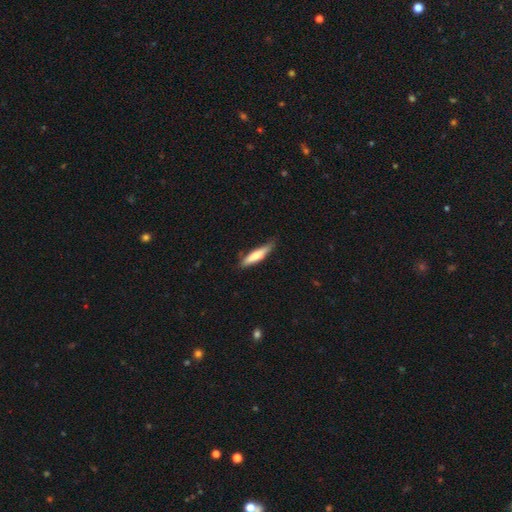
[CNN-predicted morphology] type=smooth (67%); roundness=cigar-shaped (80%); merging=none (76%).